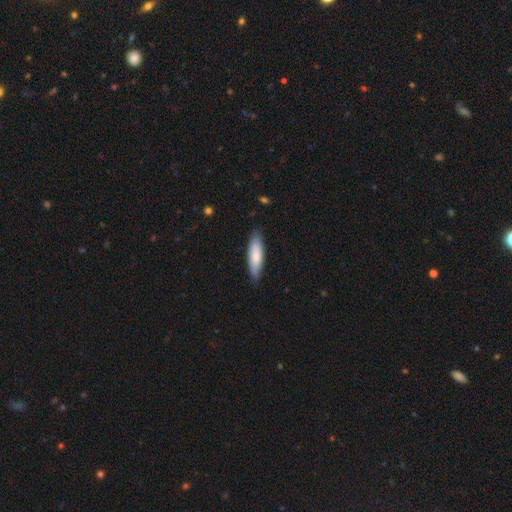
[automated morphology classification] This is likely a smooth galaxy (76%). How rounded: possibly cigar-shaped (55%). Merging: clearly none (85%).